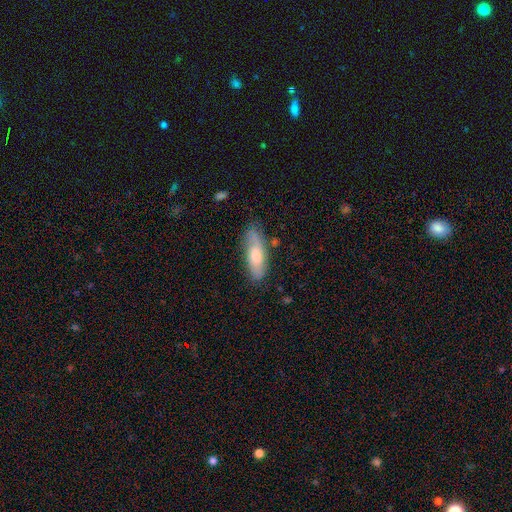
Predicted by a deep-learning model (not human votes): smooth 61%, featured or disk 33%, star or artifact 6%. Down the decision tree: how rounded — in between (59%); merging — none (72%).